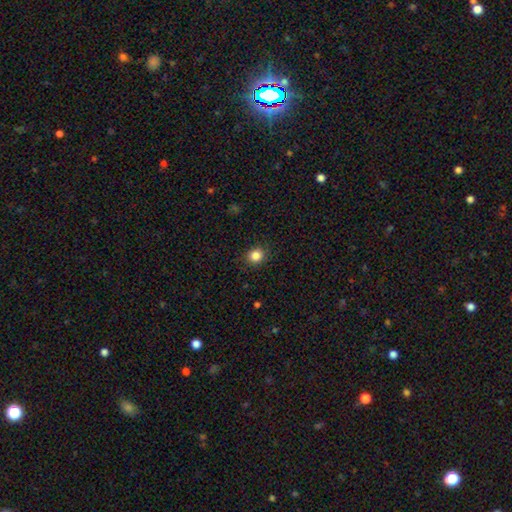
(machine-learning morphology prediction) type=smooth (85%); roundness=round (81%); merging=none (89%).